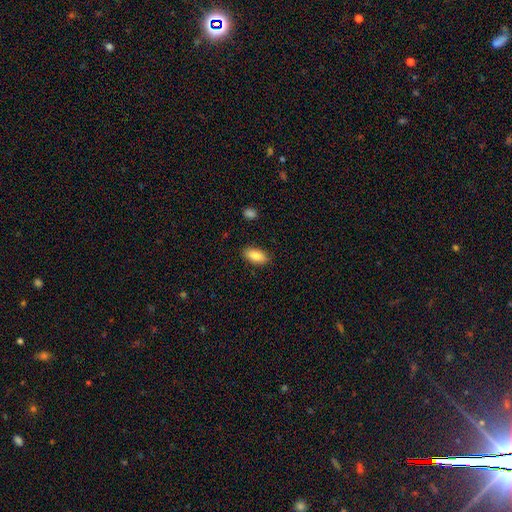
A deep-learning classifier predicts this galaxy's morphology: Q: Smooth or featured?
A: smooth (86%); runner-up: featured or disk (8%)
Q: How rounded?
A: in between (87%); runner-up: cigar-shaped (10%)
Q: Merging?
A: none (88%); runner-up: minor disturbance (9%)